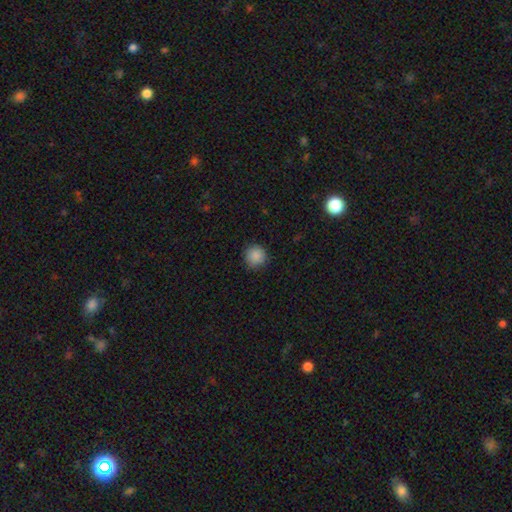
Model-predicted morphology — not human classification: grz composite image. It shows a smooth galaxy with no disk features (88%) that is round (95%). Merging: none (89%).